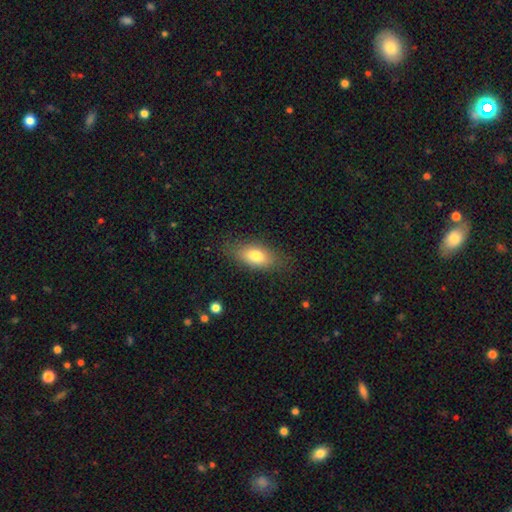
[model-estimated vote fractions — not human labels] This is likely a smooth galaxy (77%). How rounded: clearly in between (85%). Merging: likely none (79%).